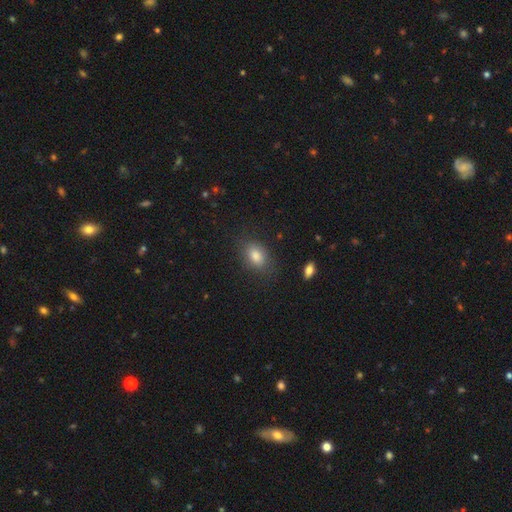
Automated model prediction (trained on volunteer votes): A smooth galaxy with no disk features (81%) that is in between round and cigar-shaped (80%).

Vote fractions:
- Smooth or featured? smooth: 81% / star or artifact: 10% / featured or disk: 9%
- How rounded? in between: 80% / round: 18% / cigar-shaped: 2%
- Merging? none: 81% / minor disturbance: 14% / major disturbance: 4% / merger: 1%